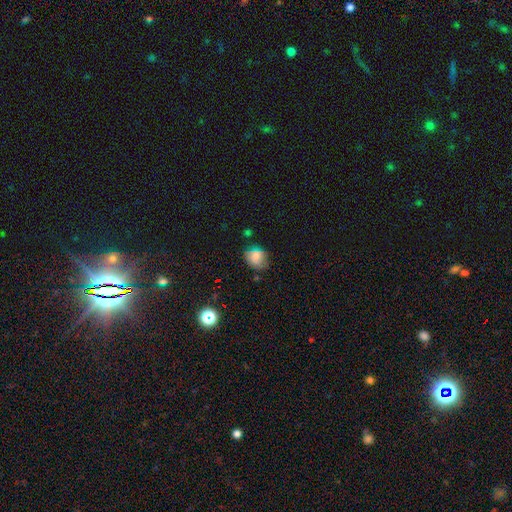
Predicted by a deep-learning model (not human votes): Morphology: type=smooth (73%); roundness=round (54%); merging=none (68%).